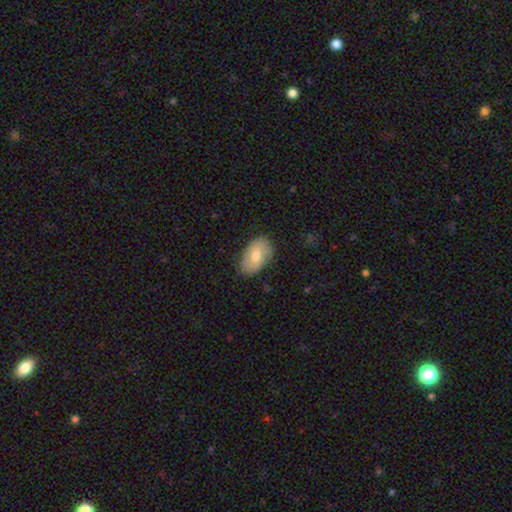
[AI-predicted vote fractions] This appears to be a smooth galaxy with no disk features (58%) that is in between round and cigar-shaped (92%). Merging: none (77%).